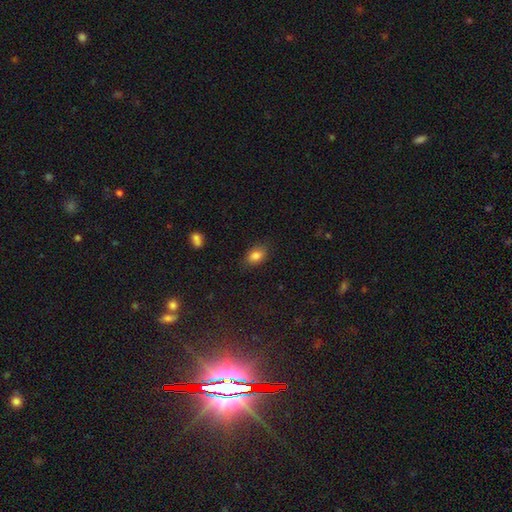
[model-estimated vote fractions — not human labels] This is clearly a smooth galaxy (83%). How rounded: clearly in between (83%). Merging: clearly none (82%).